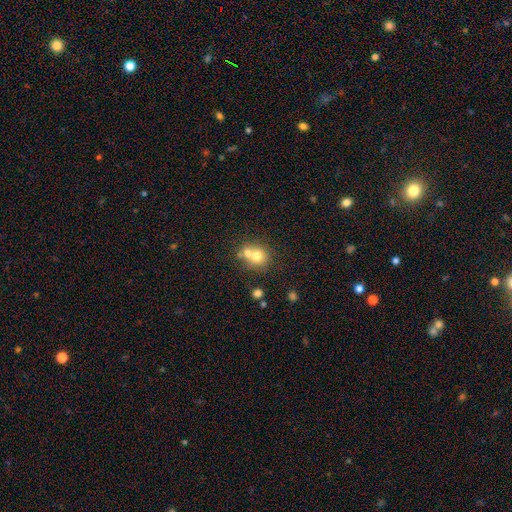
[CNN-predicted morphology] Smooth or featured?
  - smooth: 70% *
  - featured or disk: 18%
  - star or artifact: 12%
How rounded?
  - round: 79% *
  - in between: 20%
  - cigar-shaped: 1%
Merging?
  - merger: 51% *
  - none: 38%
  - minor disturbance: 7%
  - major disturbance: 3%